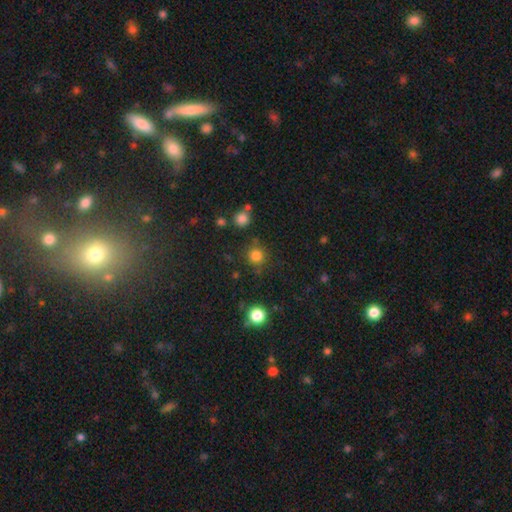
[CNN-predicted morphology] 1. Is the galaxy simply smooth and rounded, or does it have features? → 80% smooth, 15% star or artifact, 5% featured or disk.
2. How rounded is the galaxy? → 93% round, 6% in between, 1% cigar-shaped.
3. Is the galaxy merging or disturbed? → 82% none, 10% minor disturbance, 5% merger, 4% major disturbance.